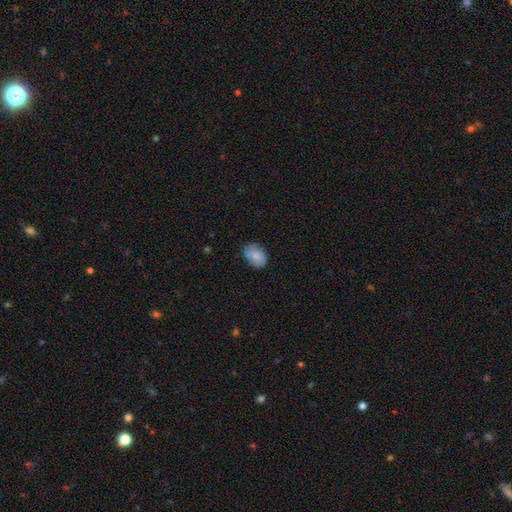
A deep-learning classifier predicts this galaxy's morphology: A smooth galaxy with no disk features (80%) that is in between round and cigar-shaped (70%).

Vote fractions:
- Smooth or featured? smooth: 80% / featured or disk: 13% / star or artifact: 8%
- How rounded? in between: 70% / round: 29% / cigar-shaped: 1%
- Merging? none: 69% / minor disturbance: 24% / major disturbance: 5% / merger: 2%